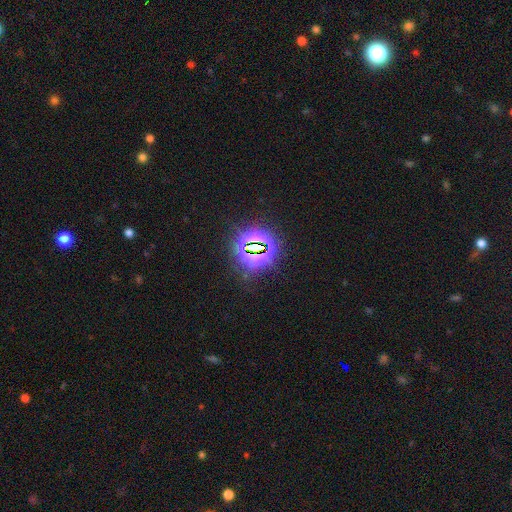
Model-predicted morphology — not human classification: This is clearly a star or artifact rather than a galaxy (82%).